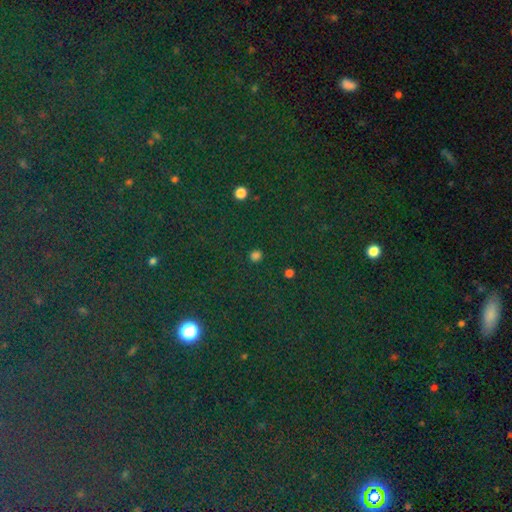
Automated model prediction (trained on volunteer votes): Smooth or featured: smooth — 69% (star or artifact — 27%)
How rounded: round — 82% (in between — 17%)
Merging: none — 87% (minor disturbance — 8%)